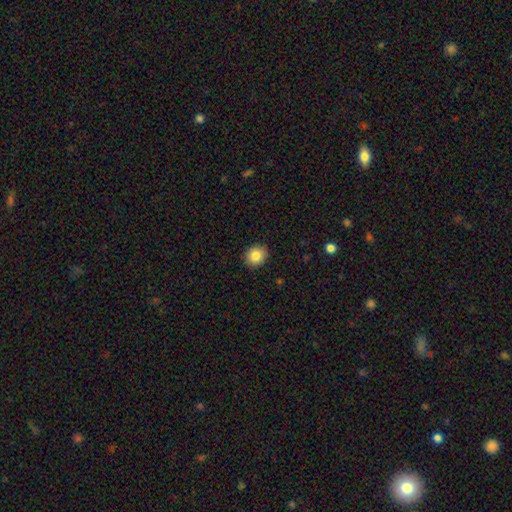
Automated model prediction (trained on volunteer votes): A smooth galaxy with no disk features (84%) that is round (75%). Merging: none (91%).